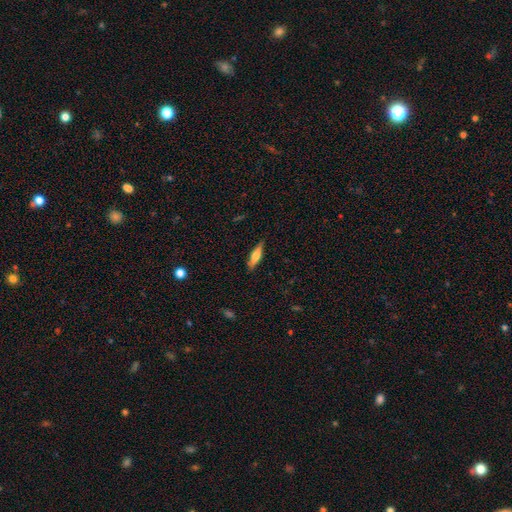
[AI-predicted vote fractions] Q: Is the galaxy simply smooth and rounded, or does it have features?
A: smooth — 55%.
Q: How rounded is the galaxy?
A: cigar-shaped — 67%.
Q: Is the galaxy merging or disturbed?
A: none — 85%.